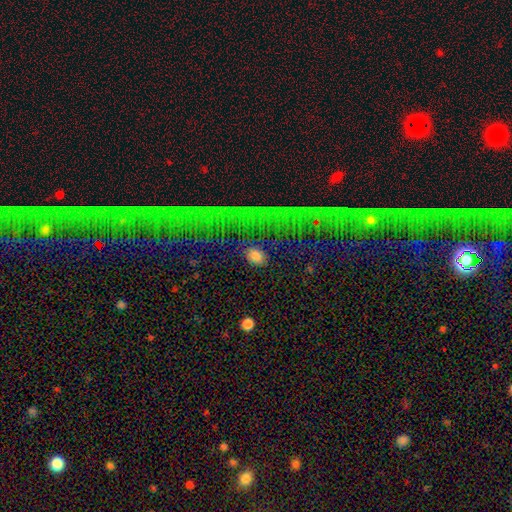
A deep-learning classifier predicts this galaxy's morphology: Smooth or featured? Predicted: smooth (p=0.81). How rounded? Predicted: in between (p=0.64). Merging? Predicted: none (p=0.84).